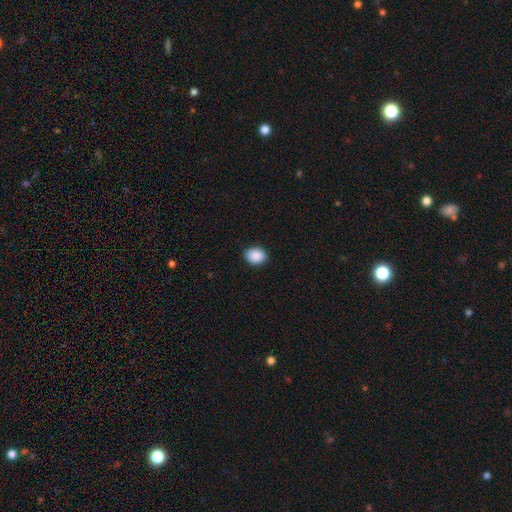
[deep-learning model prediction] This appears to be a smooth galaxy with no disk features (90%) that is in between round and cigar-shaped (57%). Merging: none (89%).